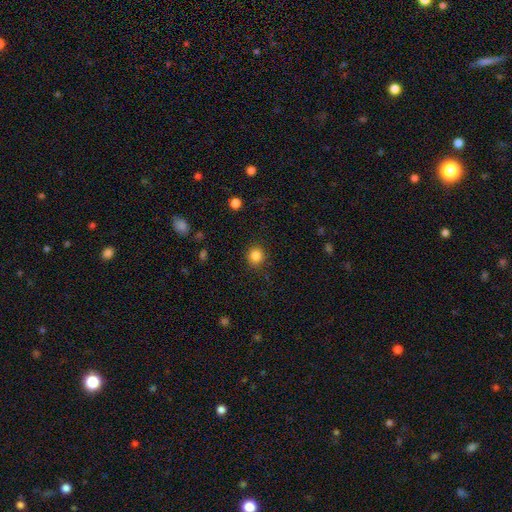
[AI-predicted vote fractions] A smooth galaxy with no disk features (84%) that is round (90%). Merging: none (88%).